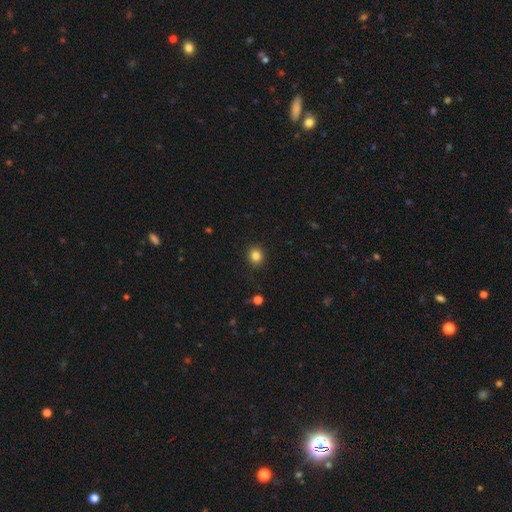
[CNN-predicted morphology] Smooth or featured: smooth — 84% (star or artifact — 12%)
How rounded: round — 83% (in between — 16%)
Merging: none — 91% (minor disturbance — 6%)